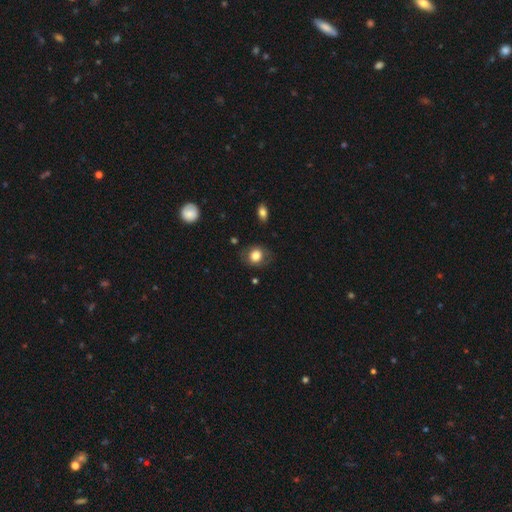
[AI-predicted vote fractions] Smooth or featured? smooth (79%)
How rounded? round (67%)
Merging? none (77%)